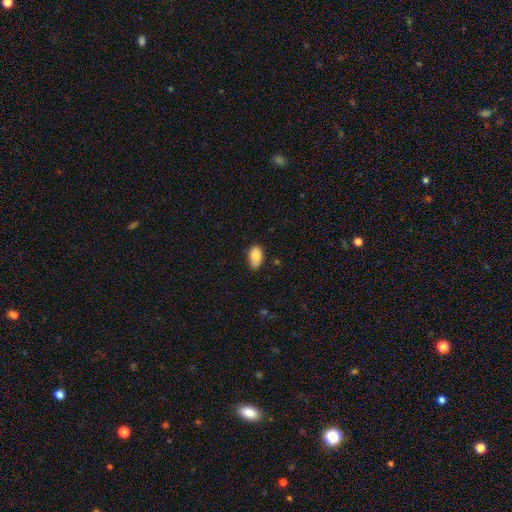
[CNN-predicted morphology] A smooth galaxy with no disk features (86%) that is in between round and cigar-shaped (91%).

Vote fractions:
- Smooth or featured? smooth: 86% / star or artifact: 7% / featured or disk: 6%
- How rounded? in between: 91% / round: 8% / cigar-shaped: 1%
- Merging? none: 68% / minor disturbance: 26% / major disturbance: 4% / merger: 2%